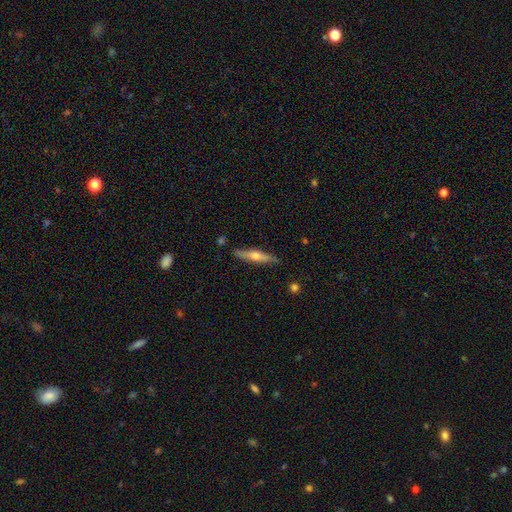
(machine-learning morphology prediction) This appears to be a featured or disk galaxy (64%) viewed edge-on (96%) with a rounded central bulge (89%). Merging: none (88%).